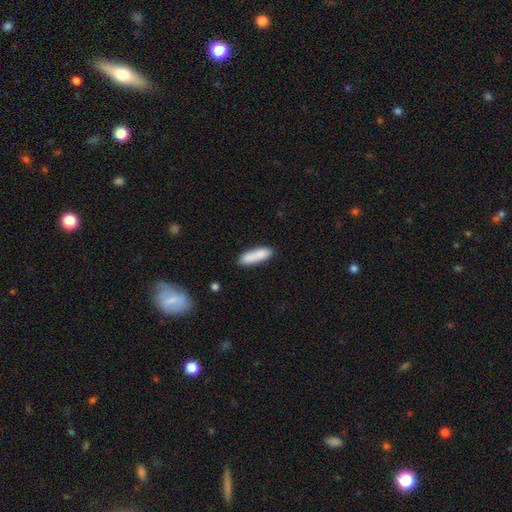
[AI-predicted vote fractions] smooth 85%, featured or disk 9%, star or artifact 6%. Down the decision tree: how rounded — cigar-shaped (58%); merging — none (75%).